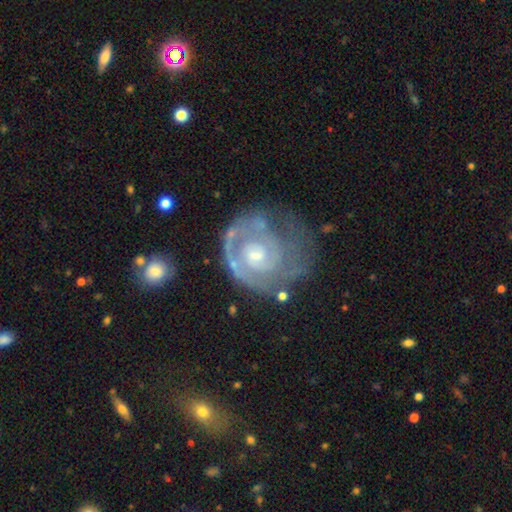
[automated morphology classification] The model was most divided on "spiral arm count": 2: 30%, 1: 28%, can't tell: 26%, 3: 10%, 4: 3%, more than 4: 3%. Remaining: edge-on disk — no (98%); spiral arms — yes (91%); smooth or featured — featured or disk (85%); spiral winding — tight (68%); bar — no (64%); merging — none (52%); bulge size — moderate (46%).